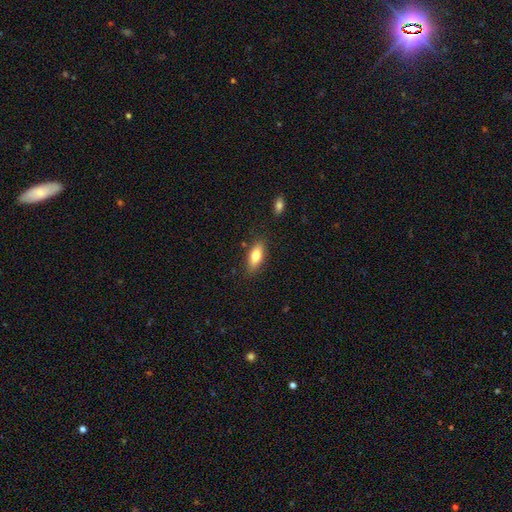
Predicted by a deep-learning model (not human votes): This appears to be a smooth galaxy with no disk features (77%) that is in between round and cigar-shaped (79%). Merging: none (83%).